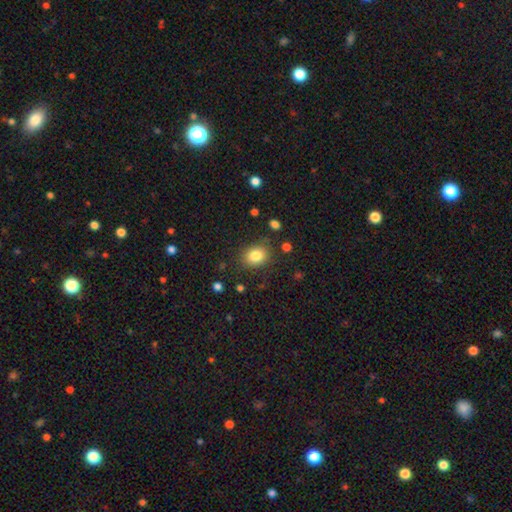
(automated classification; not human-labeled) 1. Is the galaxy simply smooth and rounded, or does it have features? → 83% smooth, 10% star or artifact, 7% featured or disk.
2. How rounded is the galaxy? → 54% in between, 45% round, 1% cigar-shaped.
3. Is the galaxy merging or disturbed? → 83% none, 11% minor disturbance, 4% major disturbance, 2% merger.